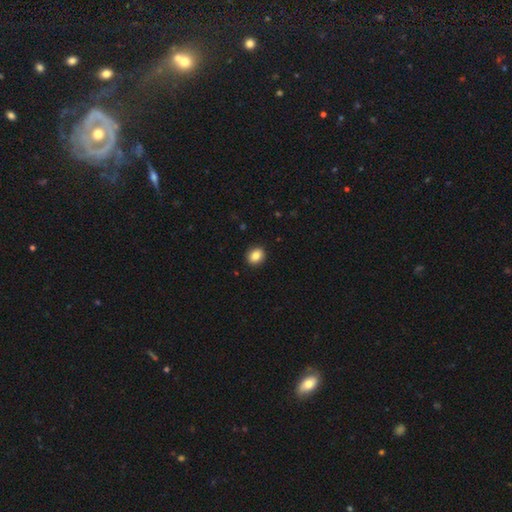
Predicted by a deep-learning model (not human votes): Q: Smooth or featured?
A: smooth (85%); runner-up: star or artifact (9%)
Q: How rounded?
A: round (65%); runner-up: in between (34%)
Q: Merging?
A: none (92%); runner-up: minor disturbance (6%)